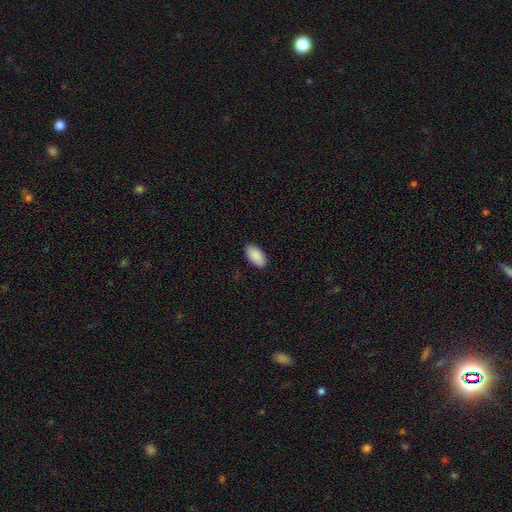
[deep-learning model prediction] smooth-or-featured: smooth: 91% | star or artifact: 6% | featured or disk: 3%
  how-rounded: in between: 96% | round: 2% | cigar-shaped: 2%
  merging: none: 90% | minor disturbance: 8% | major disturbance: 2% | merger: 1%